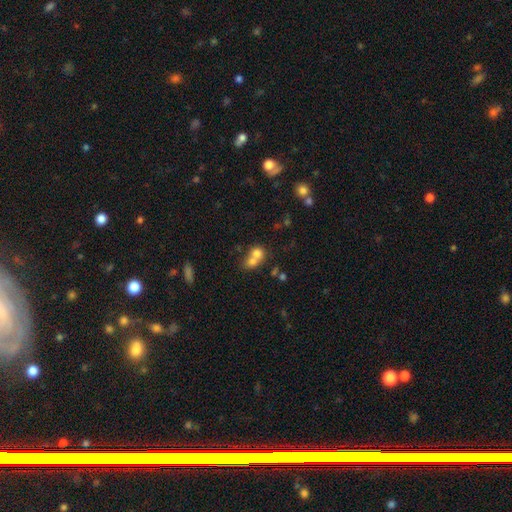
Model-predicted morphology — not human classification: smooth_or_featured: smooth (p=0.71) [alt: featured or disk p=0.17]
how_rounded: round (p=0.70) [alt: in between p=0.29]
merging: merger (p=0.67) [alt: none p=0.25]